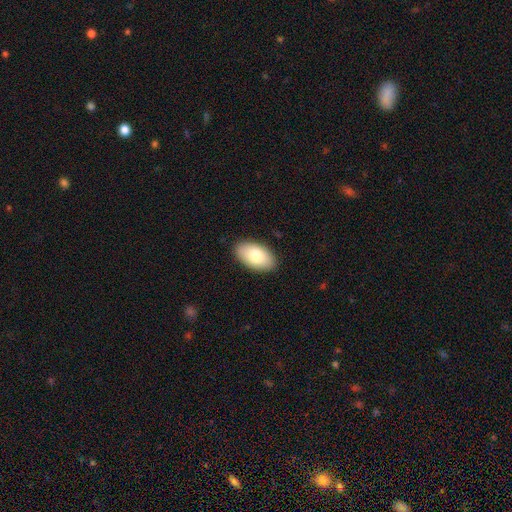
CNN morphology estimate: Smooth or featured: smooth — 78% (featured or disk — 16%)
How rounded: in between — 95% (round — 3%)
Merging: none — 88% (minor disturbance — 9%)